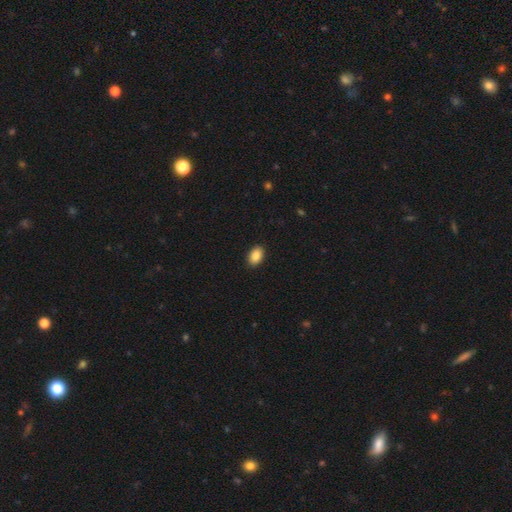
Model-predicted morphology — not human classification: This appears to be a smooth galaxy with no disk features (89%) that is in between round and cigar-shaped (89%). Merging: none (91%).